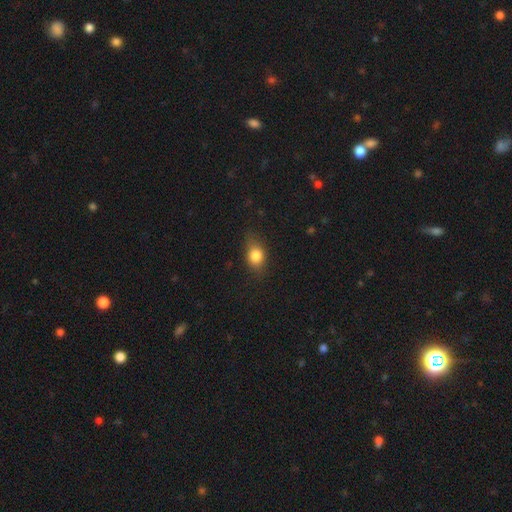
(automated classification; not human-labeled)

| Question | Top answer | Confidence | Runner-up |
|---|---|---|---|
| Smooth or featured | smooth | 81% | featured or disk (10%) |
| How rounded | in between | 62% | round (35%) |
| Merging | none | 73% | minor disturbance (20%) |